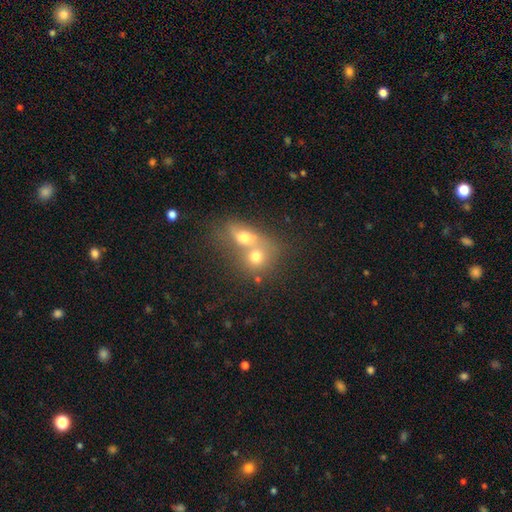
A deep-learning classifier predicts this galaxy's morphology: A smooth galaxy with no disk features (64%) that is round (61%).

Vote fractions:
- Smooth or featured? smooth: 64% / featured or disk: 23% / star or artifact: 13%
- How rounded? round: 61% / in between: 36% / cigar-shaped: 2%
- Merging? merger: 71% / none: 20% / minor disturbance: 5% / major disturbance: 4%